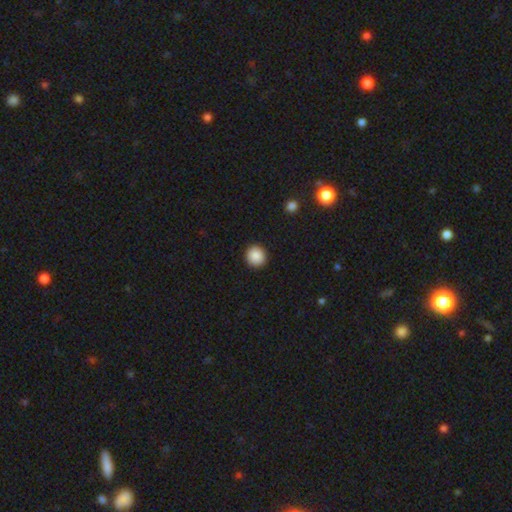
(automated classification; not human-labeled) Smooth or featured? Predicted: smooth (p=0.89). How rounded? Predicted: round (p=0.93). Merging? Predicted: none (p=0.93).